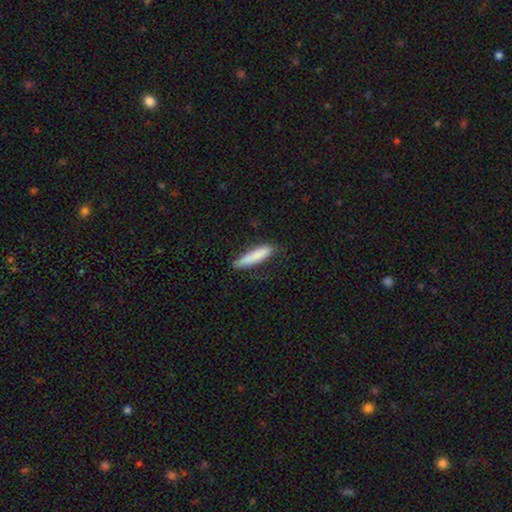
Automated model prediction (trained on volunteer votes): A smooth galaxy with no disk features (82%) that is cigar-shaped (83%).

Vote fractions:
- Smooth or featured? smooth: 82% / featured or disk: 13% / star or artifact: 6%
- How rounded? cigar-shaped: 83% / in between: 16% / round: 1%
- Merging? none: 73% / minor disturbance: 21% / major disturbance: 4% / merger: 2%